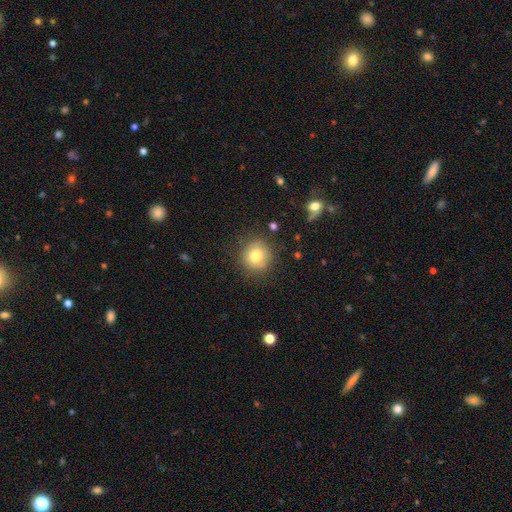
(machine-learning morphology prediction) smooth 78%, featured or disk 11%, star or artifact 11%. Down the decision tree: how rounded — round (90%); merging — none (83%).